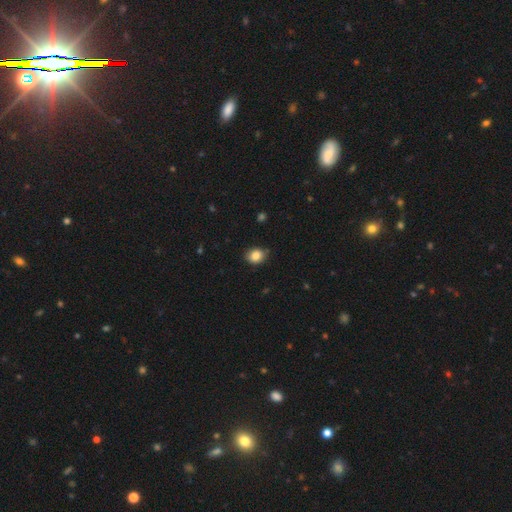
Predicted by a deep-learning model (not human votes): A smooth galaxy with no disk features (85%) that is round (55%). Merging: none (81%).